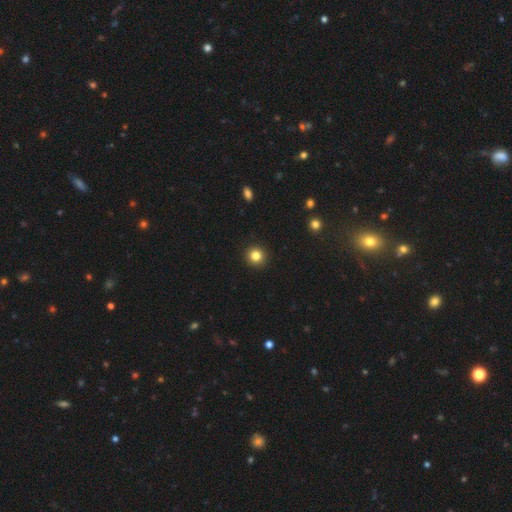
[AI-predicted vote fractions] Q: Smooth or featured?
A: smooth (83%); runner-up: star or artifact (12%)
Q: How rounded?
A: round (94%); runner-up: in between (5%)
Q: Merging?
A: none (93%); runner-up: minor disturbance (4%)